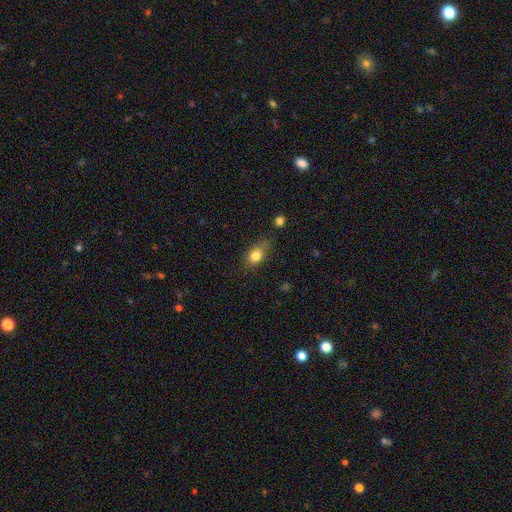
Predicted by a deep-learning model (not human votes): Q: Smooth or featured?
A: smooth (80%); runner-up: featured or disk (10%)
Q: How rounded?
A: in between (66%); runner-up: round (30%)
Q: Merging?
A: none (57%); runner-up: minor disturbance (30%)